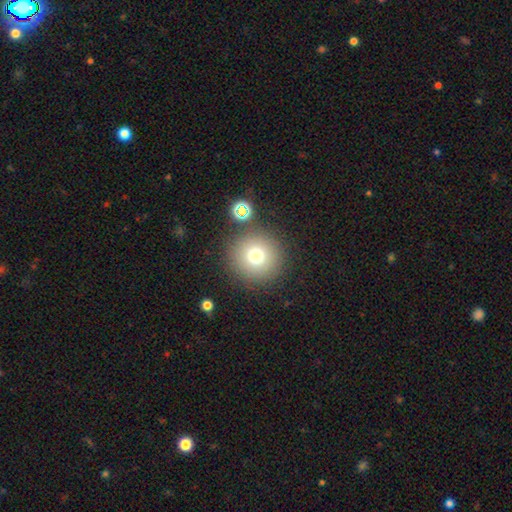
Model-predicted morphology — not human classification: Smooth or featured?
  - smooth: 73% *
  - star or artifact: 16%
  - featured or disk: 11%
How rounded?
  - round: 96% *
  - in between: 3%
  - cigar-shaped: 1%
Merging?
  - none: 84% *
  - minor disturbance: 7%
  - merger: 6%
  - major disturbance: 3%